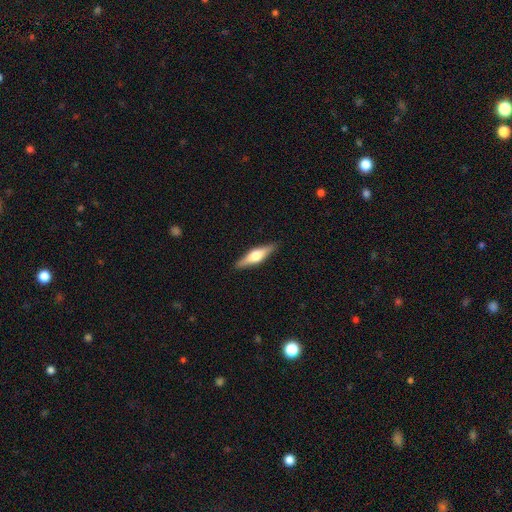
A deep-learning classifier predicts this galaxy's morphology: The model was most divided on "smooth or featured": featured or disk: 58%, smooth: 36%, star or artifact: 6%. More confident: edge-on disk — yes (95%); edge-on bulge — rounded (92%); merging — none (89%).